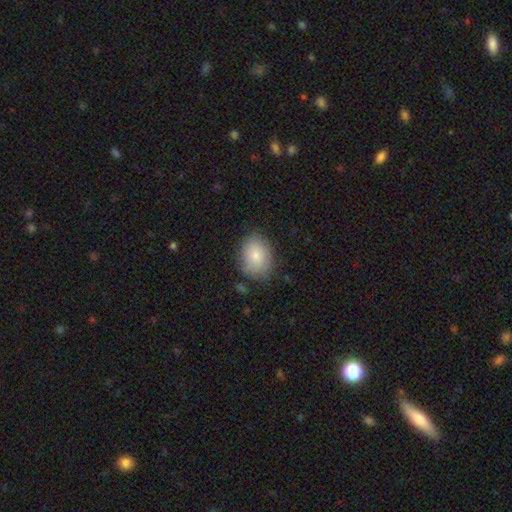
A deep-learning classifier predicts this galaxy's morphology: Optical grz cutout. It shows a smooth galaxy with no disk features (78%) that is in between round and cigar-shaped (61%). Merging: none (76%).